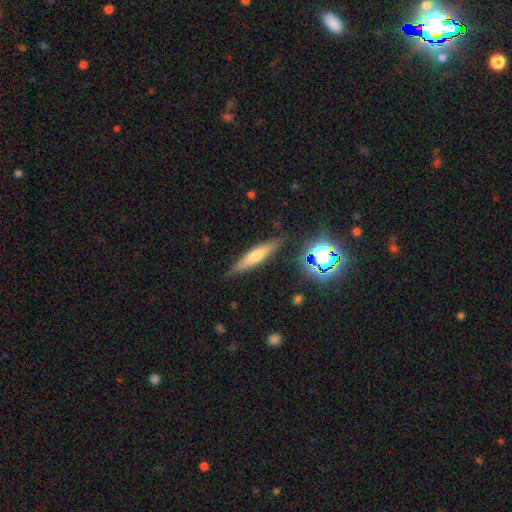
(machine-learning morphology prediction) This appears to be a smooth galaxy with no disk features (46%). Merging: none (86%).